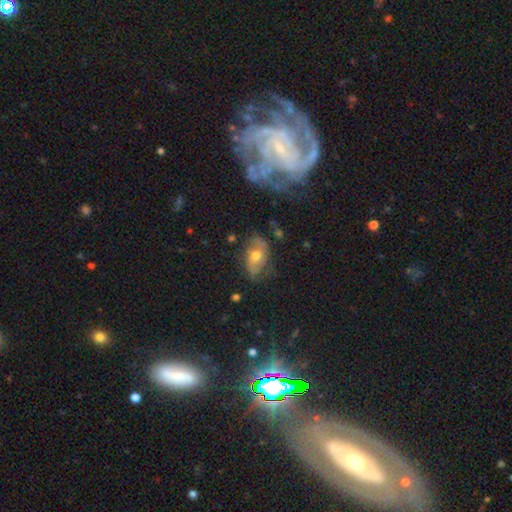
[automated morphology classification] type=featured or disk (58%); edge-on=no (91%); bar=no (63%); spiral arms=yes (75%); bulge=moderate (72%); merging=none (61%).